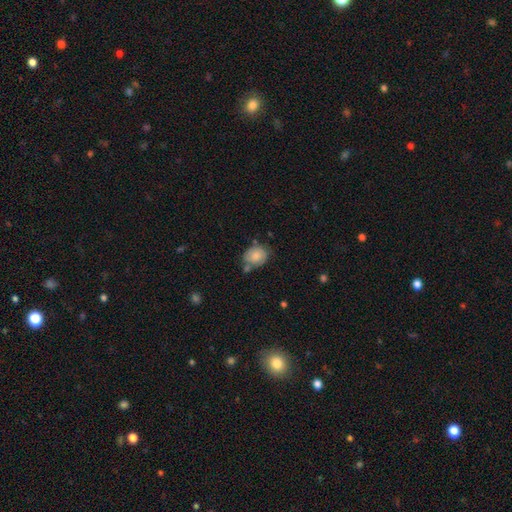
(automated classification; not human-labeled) smooth-or-featured: smooth: 74% | featured or disk: 18% | star or artifact: 8%
  how-rounded: round: 51% | in between: 48% | cigar-shaped: 1%
  merging: none: 55% | minor disturbance: 24% | merger: 14% | major disturbance: 7%